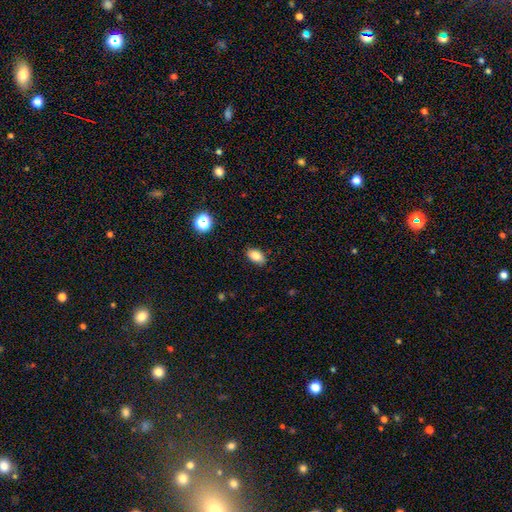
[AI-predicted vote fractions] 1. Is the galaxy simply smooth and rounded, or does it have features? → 83% smooth, 10% star or artifact, 7% featured or disk.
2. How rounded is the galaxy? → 90% in between, 9% round, 2% cigar-shaped.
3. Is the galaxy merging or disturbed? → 87% none, 10% minor disturbance, 2% major disturbance, 1% merger.